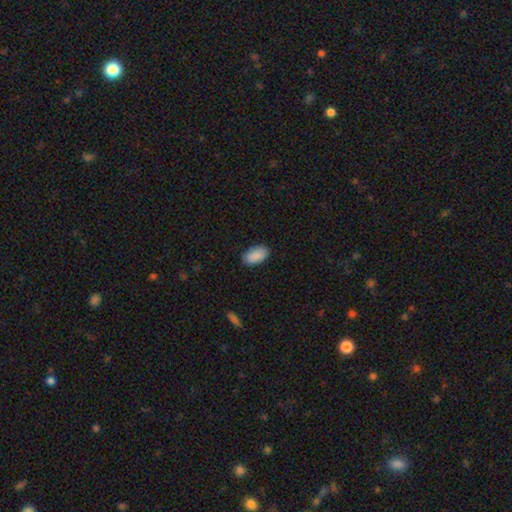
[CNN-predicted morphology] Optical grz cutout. It shows a smooth galaxy with no disk features (90%) that is in between round and cigar-shaped (95%). Merging: none (87%).